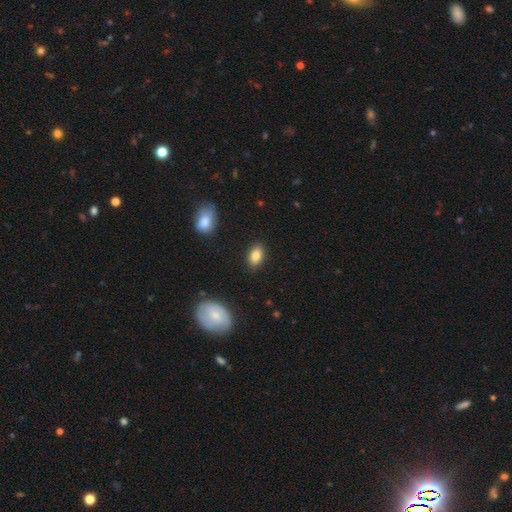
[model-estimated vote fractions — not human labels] The model was most divided on "smooth or featured": smooth: 84%, star or artifact: 8%, featured or disk: 8%. More confident: how rounded — in between (88%); merging — none (87%).